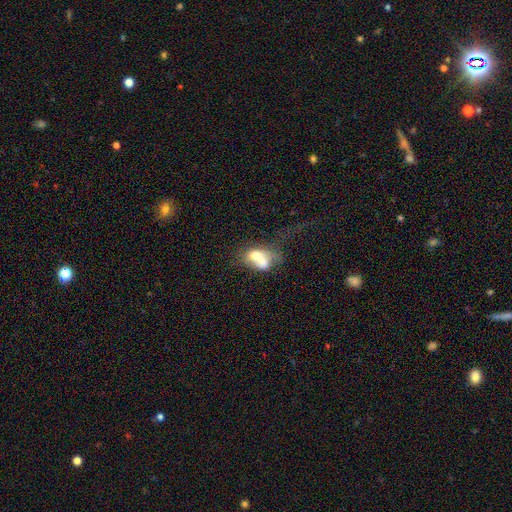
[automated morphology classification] This is possibly a smooth galaxy (55%). How rounded: likely in between (66%). Merging: likely merger (64%).